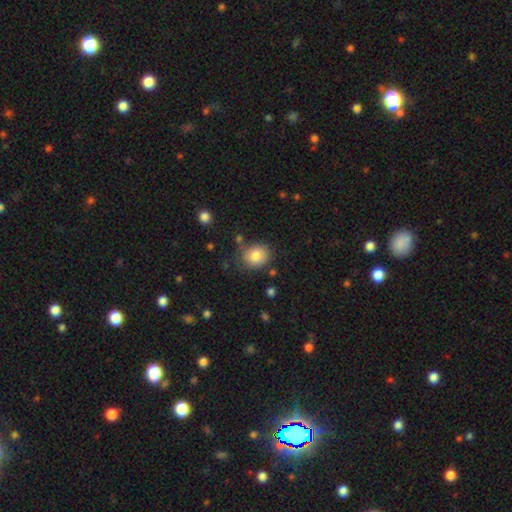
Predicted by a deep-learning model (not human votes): This appears to be a smooth galaxy with no disk features (81%) that is round (71%). Merging: none (74%).